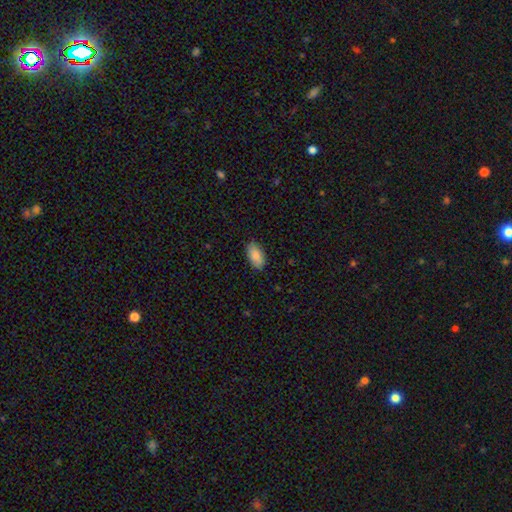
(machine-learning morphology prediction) Smooth or featured: smooth — 88% (star or artifact — 6%)
How rounded: in between — 95% (round — 3%)
Merging: none — 85% (minor disturbance — 11%)